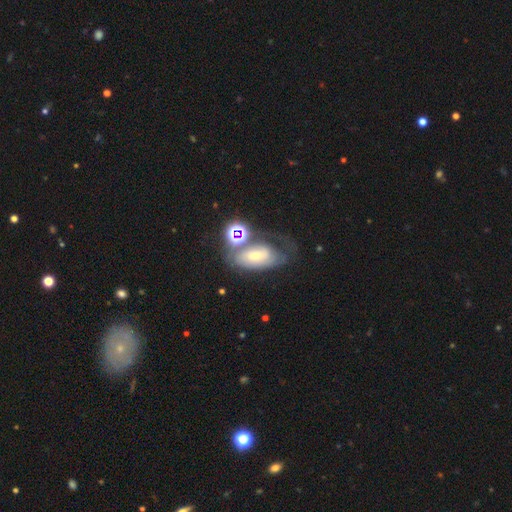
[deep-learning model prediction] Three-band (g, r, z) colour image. It shows a featured or disk galaxy (55%) with no bar (52%), spiral arms (75%) and a small central bulge (56%). Merging: none (34%).